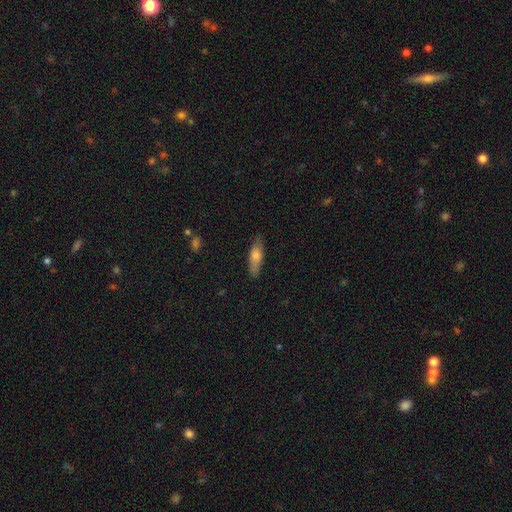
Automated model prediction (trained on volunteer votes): Q: Smooth or featured?
A: smooth (68%); runner-up: featured or disk (26%)
Q: How rounded?
A: cigar-shaped (54%); runner-up: in between (43%)
Q: Merging?
A: none (81%); runner-up: minor disturbance (15%)